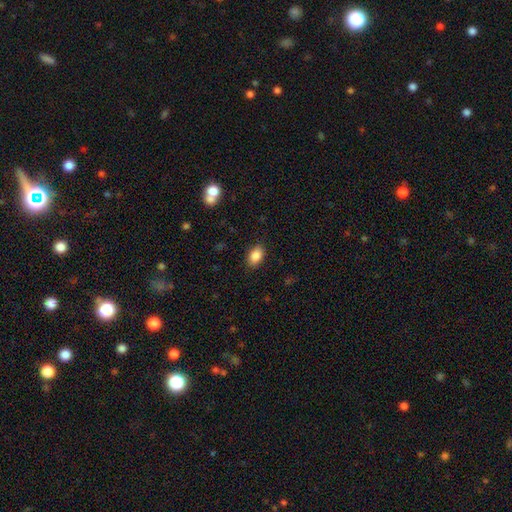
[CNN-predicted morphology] Smooth or featured: smooth — 87% (star or artifact — 8%)
How rounded: in between — 88% (round — 10%)
Merging: none — 88% (minor disturbance — 9%)